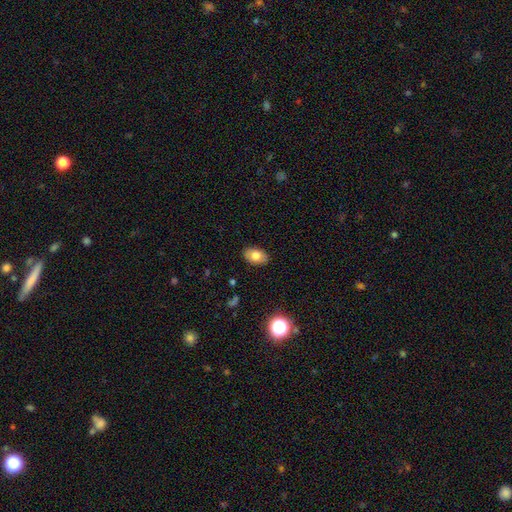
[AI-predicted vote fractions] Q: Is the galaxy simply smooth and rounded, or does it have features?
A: smooth — 78%.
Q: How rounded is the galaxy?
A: in between — 90%.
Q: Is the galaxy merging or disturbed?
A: none — 87%.